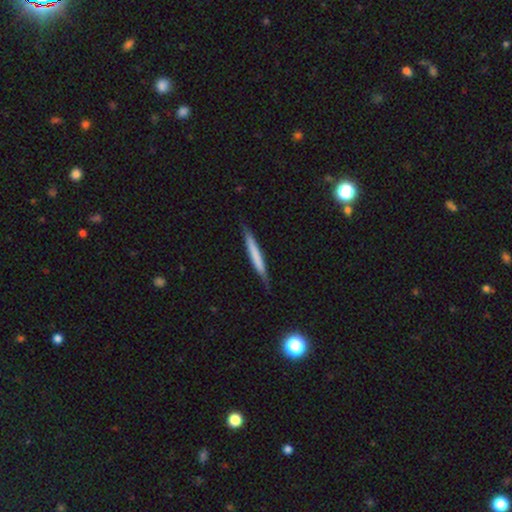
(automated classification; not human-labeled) Smooth or featured? Predicted: smooth (p=0.60). How rounded? Predicted: cigar-shaped (p=0.96). Merging? Predicted: none (p=0.84).